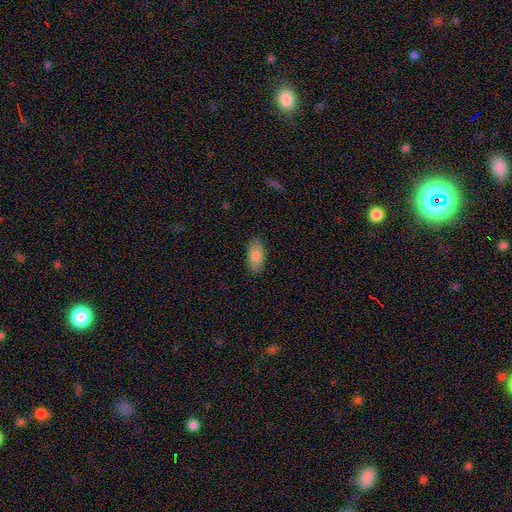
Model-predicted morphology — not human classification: Smooth or featured? smooth (83%)
How rounded? in between (92%)
Merging? none (86%)